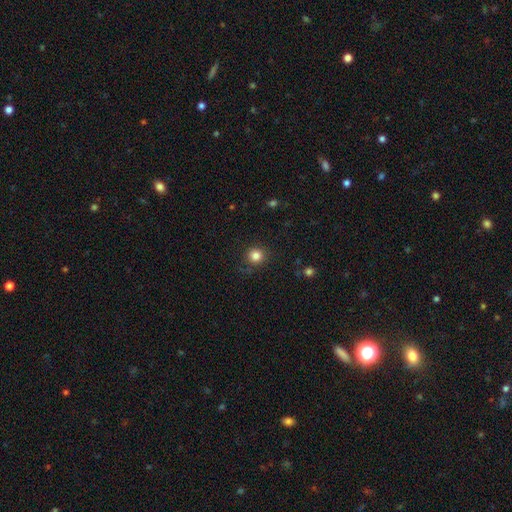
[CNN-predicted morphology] Smooth or featured? Predicted: smooth (p=0.83). How rounded? Predicted: round (p=0.92). Merging? Predicted: none (p=0.87).